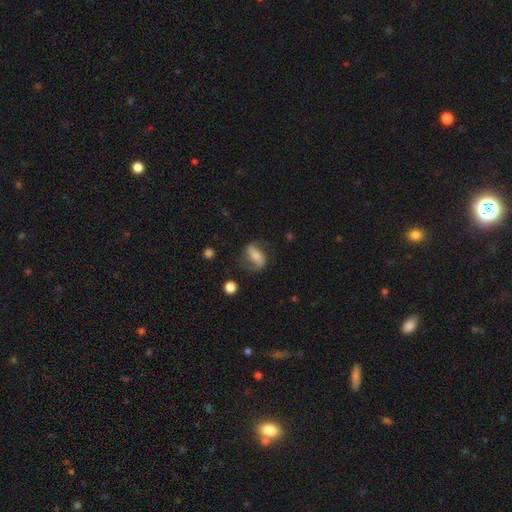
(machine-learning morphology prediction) smooth-or-featured: featured or disk: 69% | smooth: 24% | star or artifact: 7%
  disk-edge-on: no: 93% | yes: 7%
    bar: strong: 51% | weak: 26% | no: 23%
    has-spiral-arms: yes: 87% | no: 13%
      spiral-winding: loose: 50% | medium: 35% | tight: 15%
      spiral-arm-count: 2: 88% | can't tell: 6% | 1: 4% | 3: 1% | 4: 1% | more than 4: 1%
    bulge-size: moderate: 47% | small: 42% | large: 5% | none: 4% | dominant: 2%
  merging: none: 70% | minor disturbance: 18% | major disturbance: 10% | merger: 2%